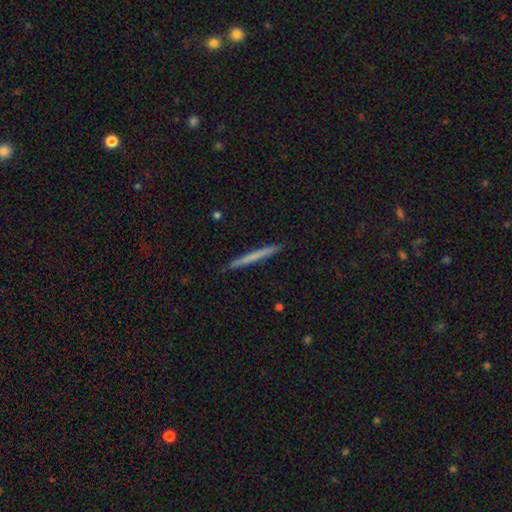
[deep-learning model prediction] smooth_or_featured: smooth (p=0.61) [alt: featured or disk p=0.34]
how_rounded: cigar-shaped (p=0.97) [alt: in between p=0.02]
merging: none (p=0.90) [alt: minor disturbance p=0.07]